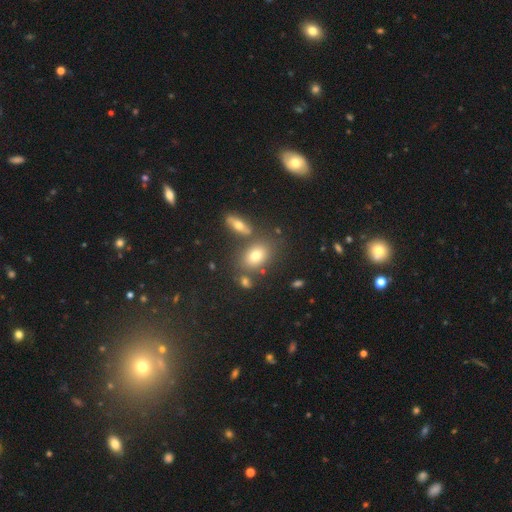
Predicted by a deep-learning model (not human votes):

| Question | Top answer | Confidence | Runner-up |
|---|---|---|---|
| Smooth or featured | smooth | 73% | featured or disk (15%) |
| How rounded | in between | 74% | round (23%) |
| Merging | none | 69% | merger (15%) |